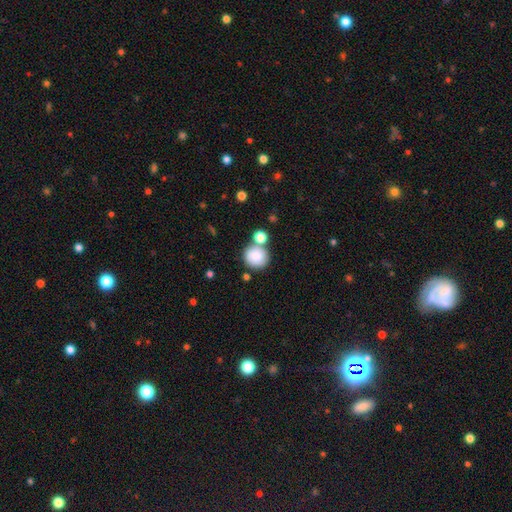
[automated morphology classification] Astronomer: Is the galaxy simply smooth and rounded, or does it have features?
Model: smooth — 85%.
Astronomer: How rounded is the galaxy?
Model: round — 86%.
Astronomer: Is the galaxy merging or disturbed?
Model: none — 63%.